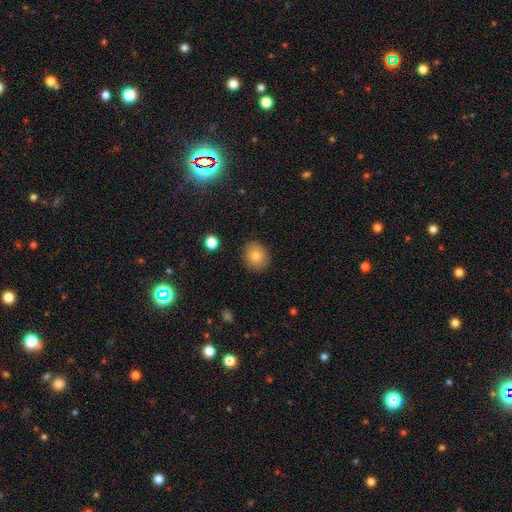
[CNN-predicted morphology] smooth-or-featured: smooth: 80% | featured or disk: 10% | star or artifact: 9%
  how-rounded: round: 57% | in between: 42% | cigar-shaped: 1%
  merging: none: 87% | minor disturbance: 9% | major disturbance: 2% | merger: 1%